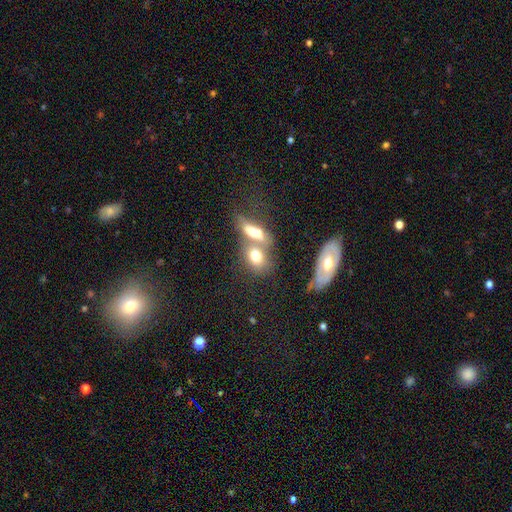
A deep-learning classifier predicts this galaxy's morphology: Smooth or featured?
  - smooth: 69% *
  - featured or disk: 22%
  - star or artifact: 10%
How rounded?
  - in between: 66% *
  - round: 28%
  - cigar-shaped: 6%
Merging?
  - merger: 58% *
  - none: 27%
  - minor disturbance: 9%
  - major disturbance: 6%